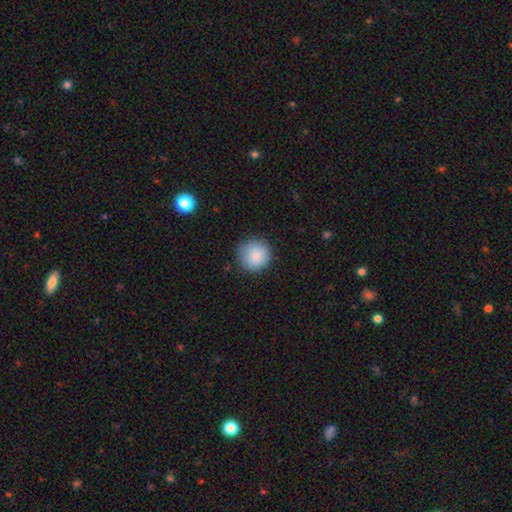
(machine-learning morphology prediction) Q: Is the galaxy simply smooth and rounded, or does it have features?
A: smooth — 87%.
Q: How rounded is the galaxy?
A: round — 93%.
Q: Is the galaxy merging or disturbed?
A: none — 83%.